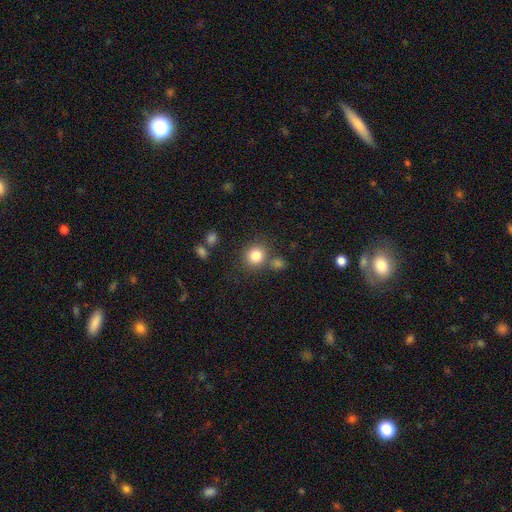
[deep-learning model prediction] Smooth or featured? smooth (82%)
How rounded? round (84%)
Merging? none (74%)